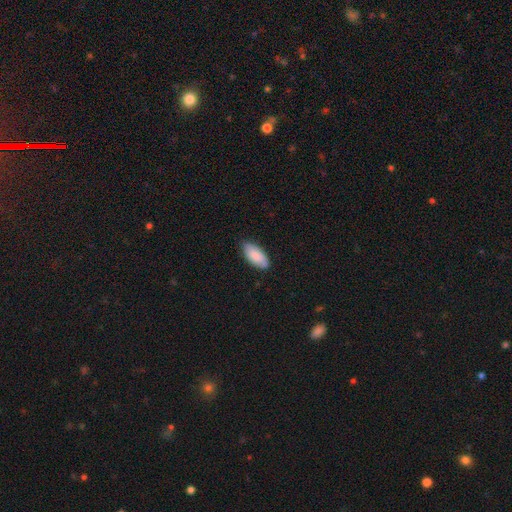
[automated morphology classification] smooth 84%, featured or disk 11%, star or artifact 6%. Down the decision tree: how rounded — in between (92%); merging — none (79%).